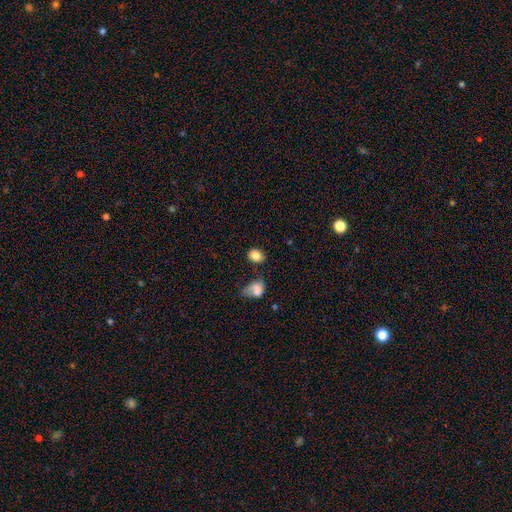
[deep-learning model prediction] This is clearly a smooth galaxy (84%). How rounded: possibly in between (50%). Merging: likely none (70%).